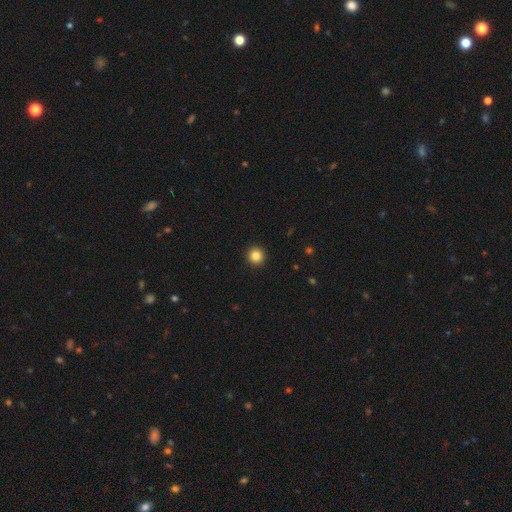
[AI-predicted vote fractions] Smooth or featured? Predicted: smooth (p=0.84). How rounded? Predicted: round (p=0.96). Merging? Predicted: none (p=0.94).